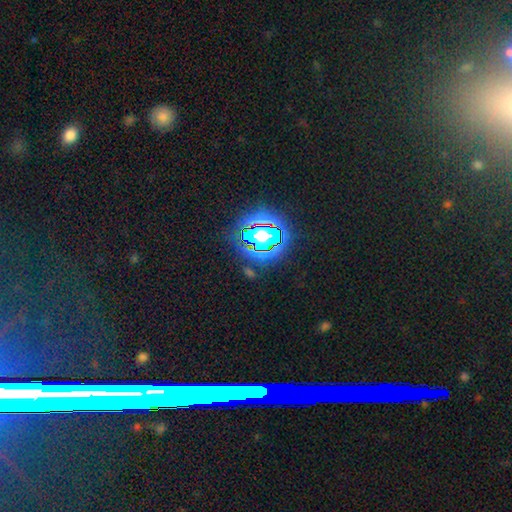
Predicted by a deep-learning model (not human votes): Smooth or featured? star or artifact (77%)